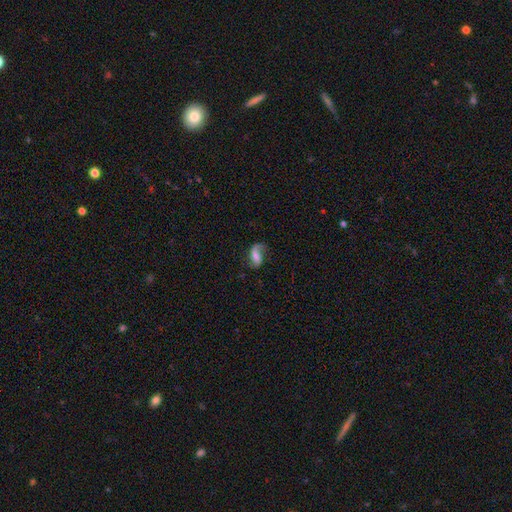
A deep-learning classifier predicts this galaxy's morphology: The model was most divided on "bar": weak: 40%, no: 37%, strong: 22%. Remaining: edge-on disk — no (95%); spiral arms — yes (89%); smooth or featured — featured or disk (58%); merging — none (52%); bulge size — moderate (41%).